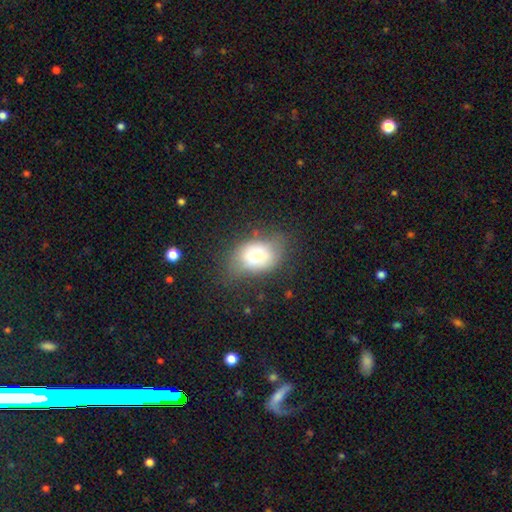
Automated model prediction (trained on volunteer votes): A smooth galaxy with no disk features (66%) that is in between round and cigar-shaped (75%).

Vote fractions:
- Smooth or featured? smooth: 66% / featured or disk: 24% / star or artifact: 10%
- How rounded? in between: 75% / round: 24% / cigar-shaped: 1%
- Merging? none: 58% / minor disturbance: 28% / major disturbance: 12% / merger: 2%